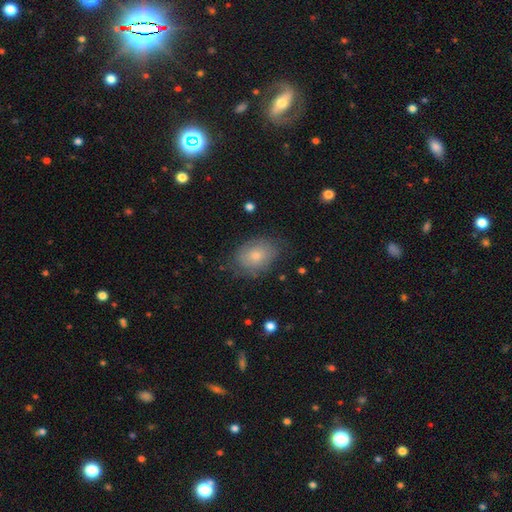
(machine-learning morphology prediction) A smooth galaxy with no disk features (63%) that is in between round and cigar-shaped (71%).

Vote fractions:
- Smooth or featured? smooth: 63% / featured or disk: 24% / star or artifact: 13%
- How rounded? in between: 71% / round: 28% / cigar-shaped: 1%
- Merging? none: 75% / minor disturbance: 18% / major disturbance: 6% / merger: 1%